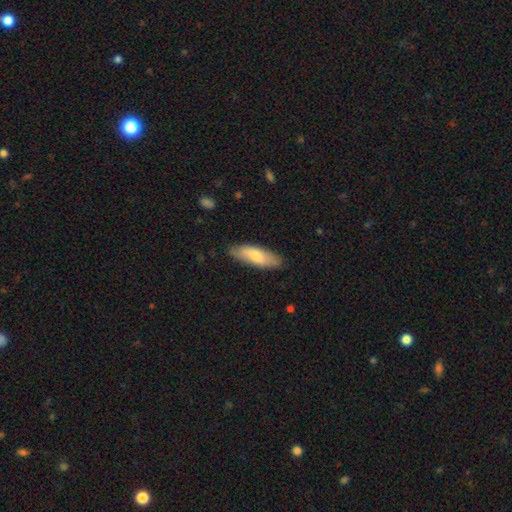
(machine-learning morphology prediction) Overall: smooth (71%). How rounded: in between (59%; cigar-shaped 39%). Merging: none (84%).